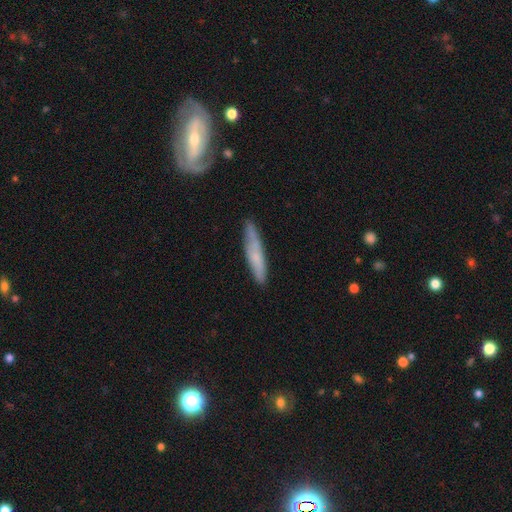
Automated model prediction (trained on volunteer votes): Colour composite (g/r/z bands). It shows a smooth galaxy with no disk features (59%) that is cigar-shaped (87%). Merging: none (75%).